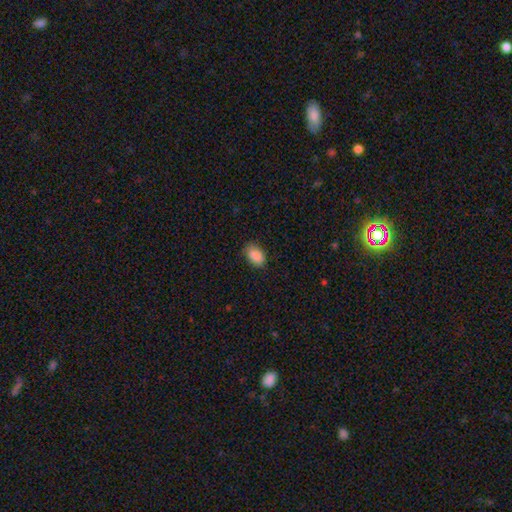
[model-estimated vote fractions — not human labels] A smooth galaxy with no disk features (89%) that is in between round and cigar-shaped (87%).

Vote fractions:
- Smooth or featured? smooth: 89% / star or artifact: 8% / featured or disk: 4%
- How rounded? in between: 87% / round: 12% / cigar-shaped: 1%
- Merging? none: 78% / minor disturbance: 17% / major disturbance: 3% / merger: 1%